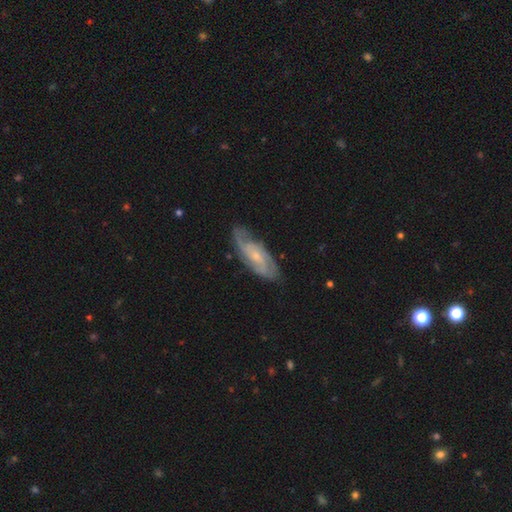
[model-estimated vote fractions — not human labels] The model was most divided on "spiral winding": medium: 45%, tight: 40%, loose: 15%. More confident: spiral arms — yes (95%); edge-on disk — no (90%); smooth or featured — featured or disk (80%); merging — none (73%); bulge size — small (67%); bar — no (61%); spiral arm count — 2 (52%).